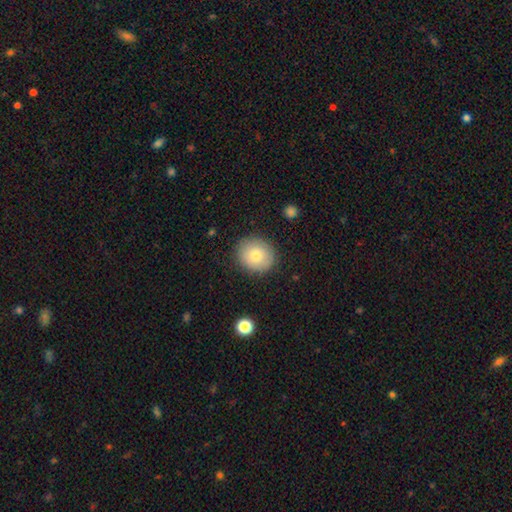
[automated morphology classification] A smooth galaxy with no disk features (78%) that is round (71%). Merging: none (86%).